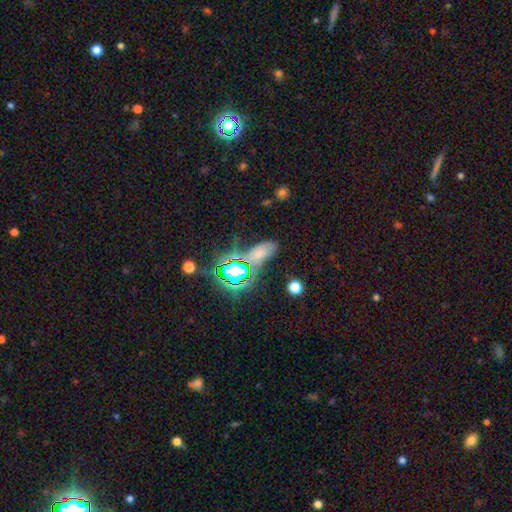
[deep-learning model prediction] Smooth or featured: star or artifact — 48% (smooth — 39%)